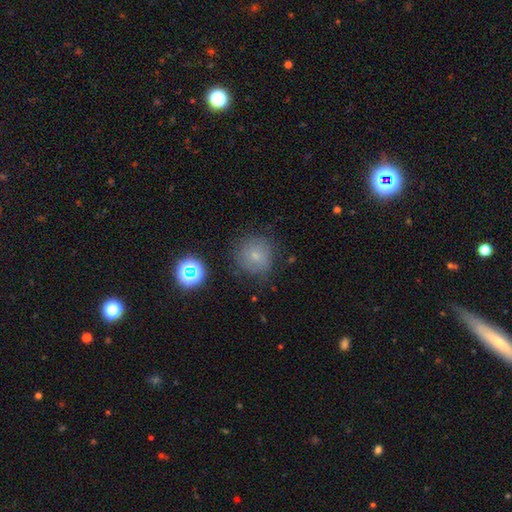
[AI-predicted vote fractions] The model was most divided on "smooth or featured": smooth: 71%, star or artifact: 16%, featured or disk: 13%. More confident: how rounded — round (91%); merging — none (76%).